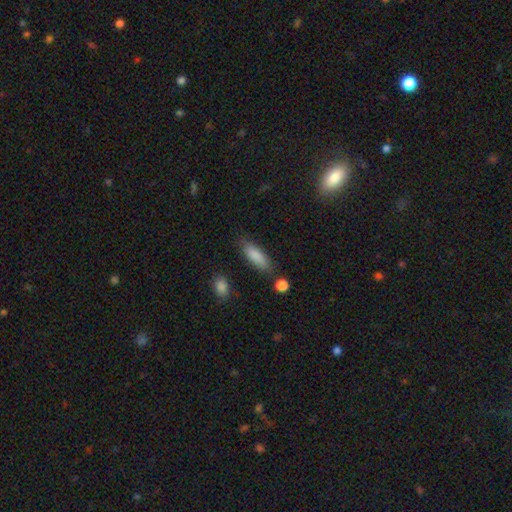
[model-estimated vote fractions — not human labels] Morphology: type=smooth (86%); roundness=in between (60%); merging=none (76%).